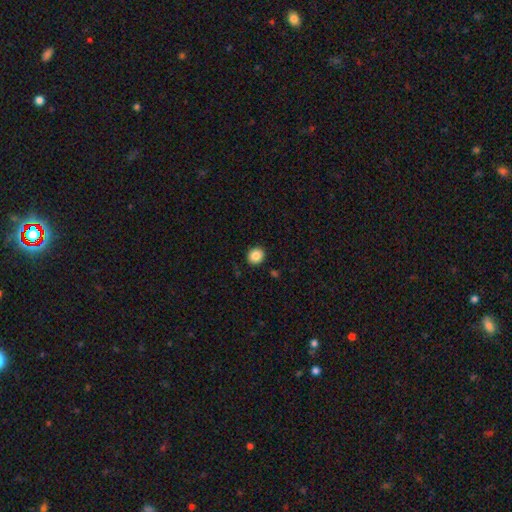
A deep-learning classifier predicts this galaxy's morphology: This is clearly a smooth galaxy (86%). How rounded: clearly round (82%). Merging: clearly none (92%).